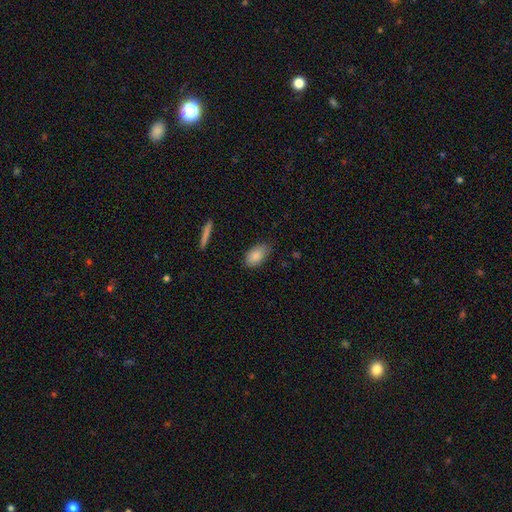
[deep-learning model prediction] The model was most divided on "merging": none: 72%, minor disturbance: 23%, major disturbance: 4%, merger: 2%. More confident: how rounded — in between (91%); smooth or featured — smooth (86%).